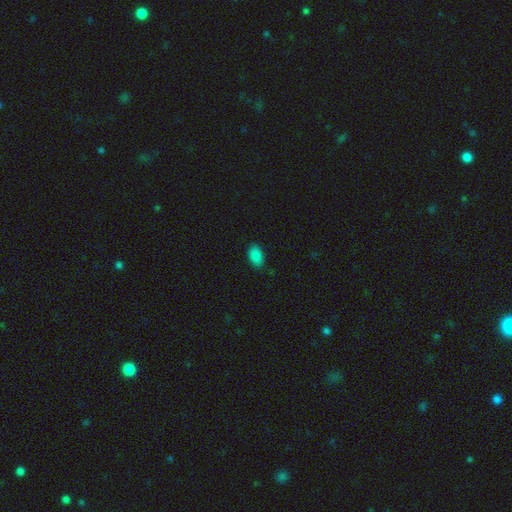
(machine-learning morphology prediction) Overall: smooth (87%). How rounded: in between (92%). Merging: none (86%).